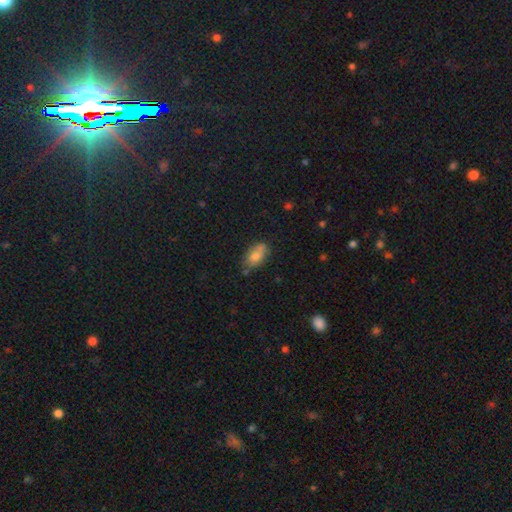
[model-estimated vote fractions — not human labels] A smooth galaxy with no disk features (75%) that is in between round and cigar-shaped (89%).

Vote fractions:
- Smooth or featured? smooth: 75% / featured or disk: 17% / star or artifact: 8%
- How rounded? in between: 89% / round: 6% / cigar-shaped: 5%
- Merging? none: 64% / minor disturbance: 22% / merger: 10% / major disturbance: 5%